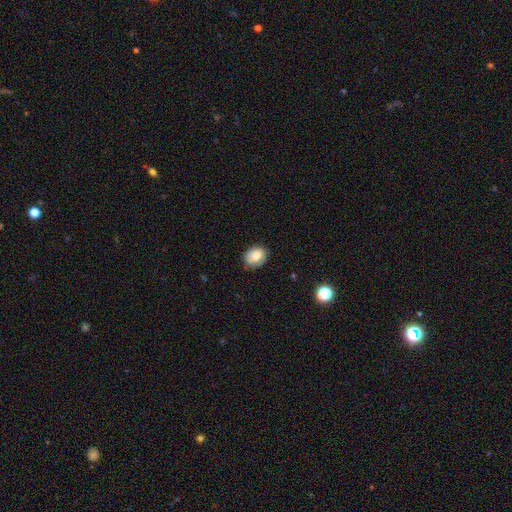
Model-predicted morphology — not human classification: Smooth or featured? Predicted: smooth (p=0.79). How rounded? Predicted: in between (p=0.52). Merging? Predicted: none (p=0.77).